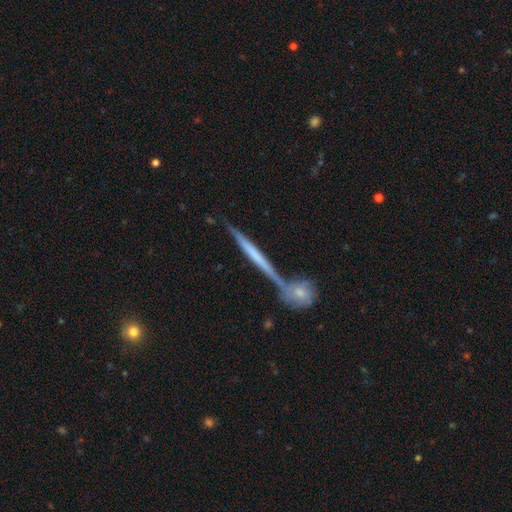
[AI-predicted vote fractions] The model was most divided on "smooth or featured": featured or disk: 62%, smooth: 31%, star or artifact: 7%. More confident: edge-on disk — yes (95%); edge-on bulge — none (76%); merging — none (68%).